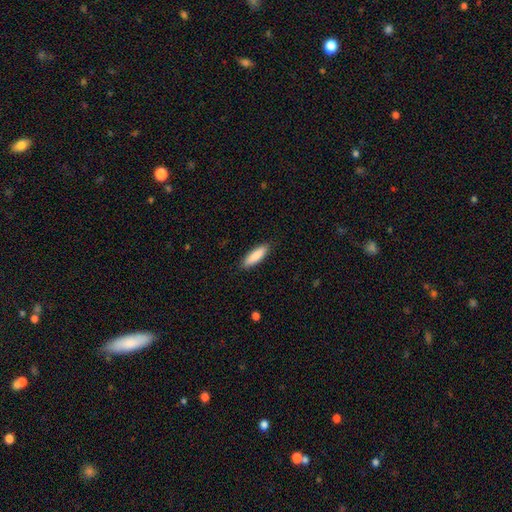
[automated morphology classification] Overall: smooth (88%). How rounded: cigar-shaped (55%; in between 44%). Merging: none (89%).